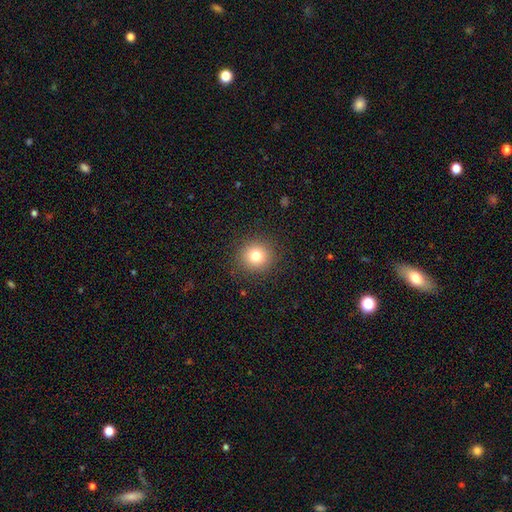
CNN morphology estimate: This appears to be a smooth galaxy with no disk features (79%) that is round (92%). Merging: none (90%).